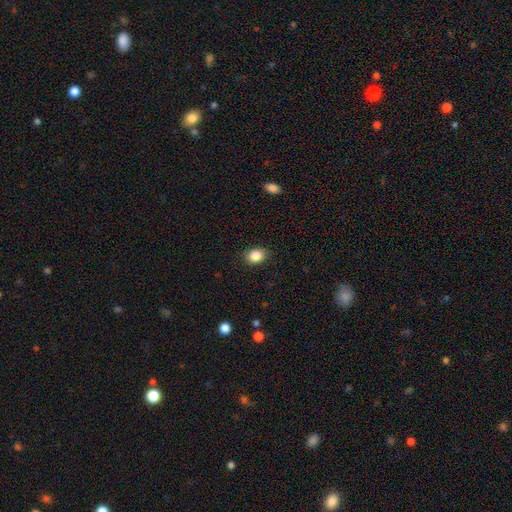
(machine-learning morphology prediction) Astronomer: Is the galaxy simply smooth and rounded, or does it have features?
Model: smooth — 86%.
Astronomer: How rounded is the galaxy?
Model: in between — 60% (runner-up: round, 39%).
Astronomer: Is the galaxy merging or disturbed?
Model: none — 86%.